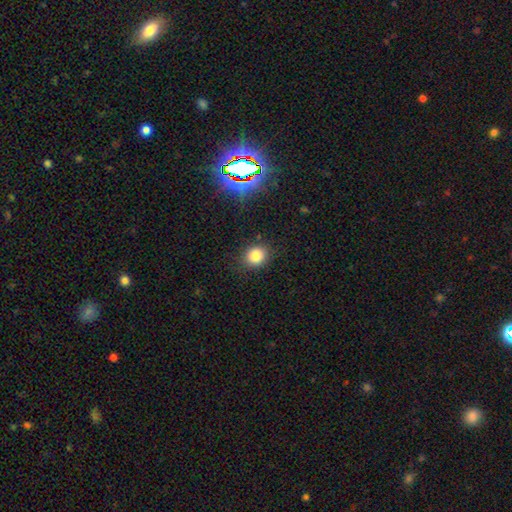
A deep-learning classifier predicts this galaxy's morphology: A smooth galaxy with no disk features (81%) that is round (74%). Merging: none (85%).